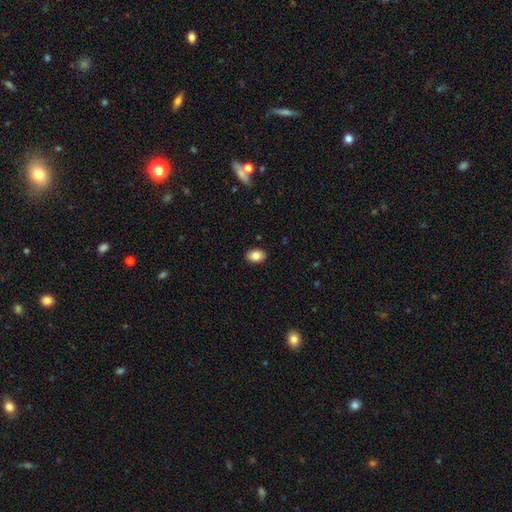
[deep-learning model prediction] A smooth galaxy with no disk features (83%) that is in between round and cigar-shaped (80%). Merging: none (89%).